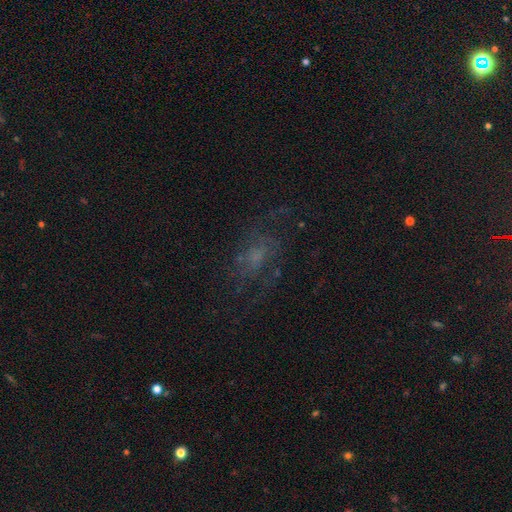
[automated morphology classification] smooth_or_featured: featured or disk (p=0.52) [alt: smooth p=0.28]
disk_edge_on: no (p=0.95) [alt: yes p=0.05]
merging: none (p=0.57) [alt: major disturbance p=0.23]